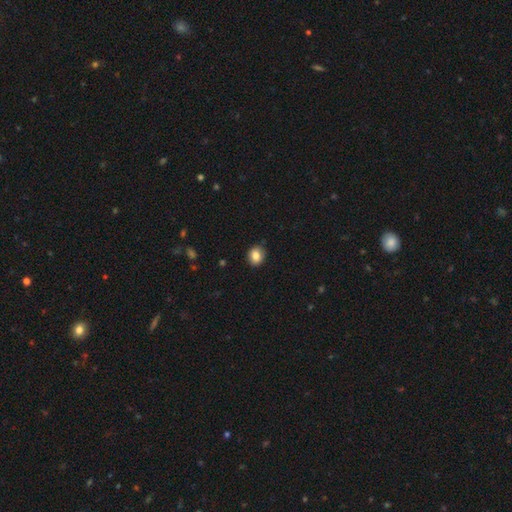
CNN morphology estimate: smooth 84%, star or artifact 9%, featured or disk 7%. Down the decision tree: how rounded — round (65%); merging — none (87%).